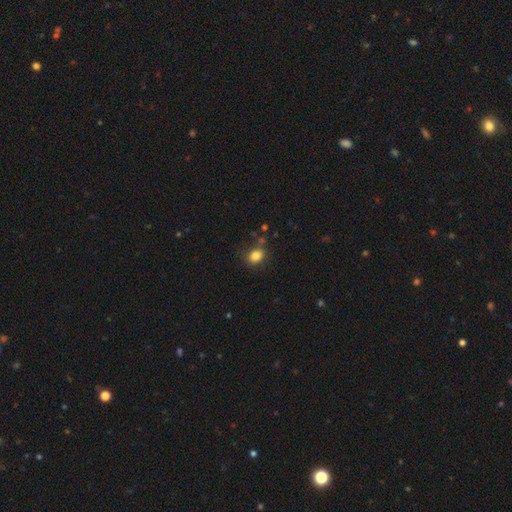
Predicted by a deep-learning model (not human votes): smooth-or-featured: smooth: 83% | star or artifact: 10% | featured or disk: 6%
  how-rounded: in between: 57% | round: 41% | cigar-shaped: 1%
  merging: none: 76% | minor disturbance: 14% | merger: 5% | major disturbance: 4%